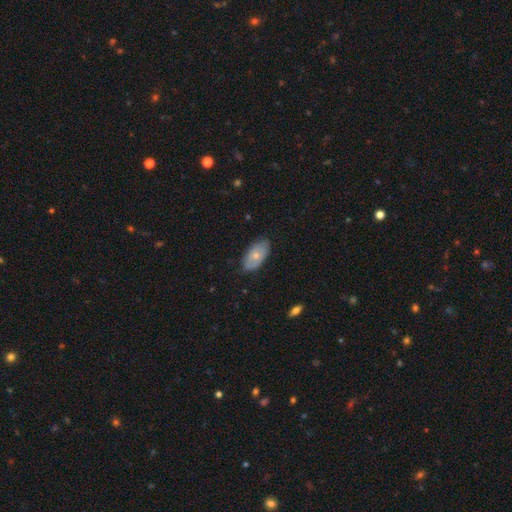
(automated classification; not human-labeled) Morphology: type=smooth (56%); roundness=in between (92%); merging=none (79%).